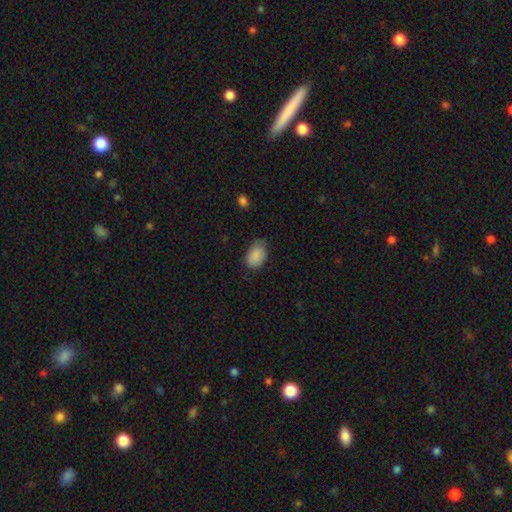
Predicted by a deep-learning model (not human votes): Smooth or featured? Predicted: smooth (p=0.87). How rounded? Predicted: in between (p=0.84). Merging? Predicted: none (p=0.58).